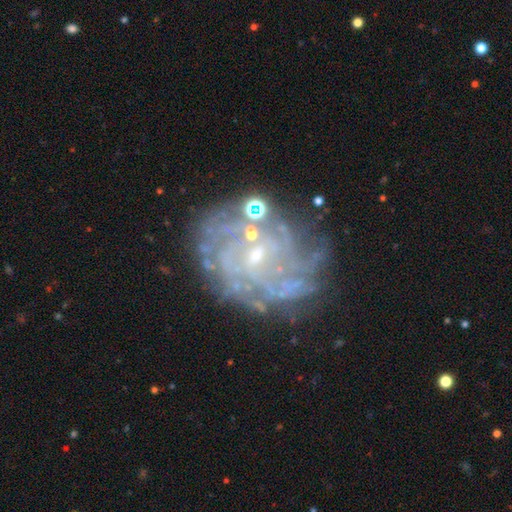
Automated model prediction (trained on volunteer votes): featured or disk 81%, star or artifact 10%, smooth 9%. Down the decision tree: edge-on disk — no (98%); bar — no (61%); spiral arms — yes (84%); spiral arm count — can't tell (46%); spiral winding — tight (63%); bulge size — small (75%); merging — none (65%).